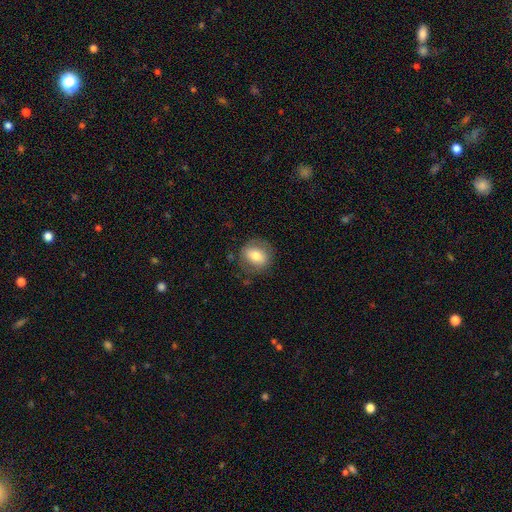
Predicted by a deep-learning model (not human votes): Smooth or featured: smooth — 70% (featured or disk — 22%)
How rounded: round — 59% (in between — 39%)
Merging: none — 77% (minor disturbance — 15%)